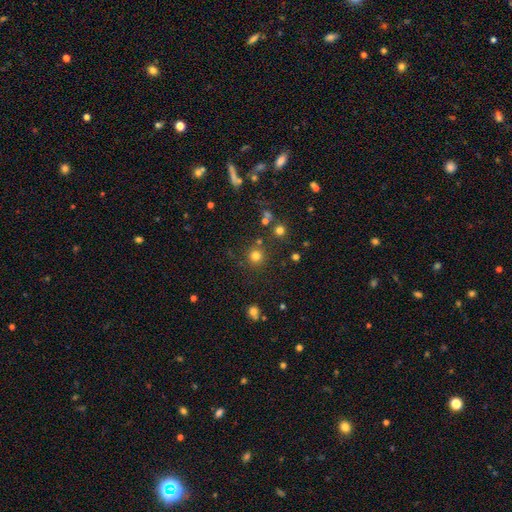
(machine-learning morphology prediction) smooth_or_featured: smooth (p=0.77) [alt: star or artifact p=0.18]
how_rounded: round (p=0.94) [alt: in between p=0.05]
merging: none (p=0.83) [alt: minor disturbance p=0.07]